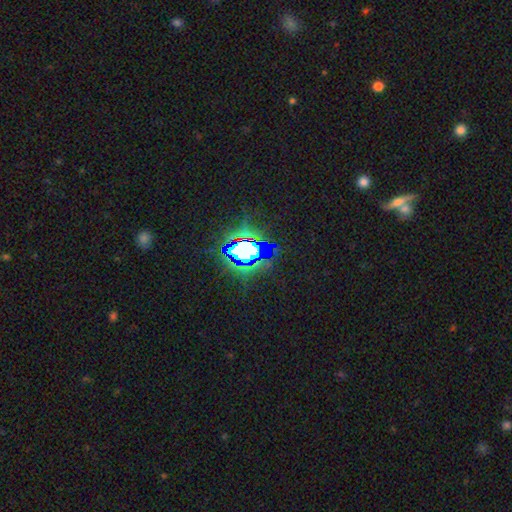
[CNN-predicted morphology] smooth_or_featured: star or artifact (p=0.80) [alt: smooth p=0.12]